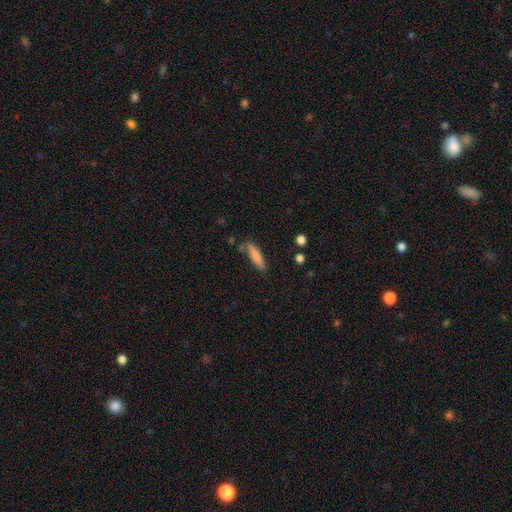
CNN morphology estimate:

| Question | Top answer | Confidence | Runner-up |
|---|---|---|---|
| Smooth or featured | smooth | 79% | featured or disk (15%) |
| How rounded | cigar-shaped | 78% | in between (21%) |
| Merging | none | 75% | minor disturbance (16%) |